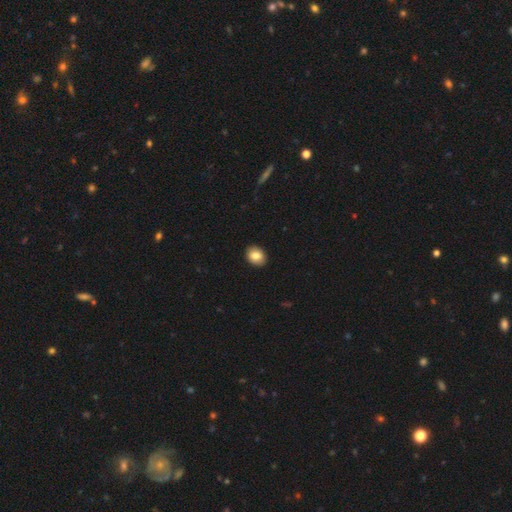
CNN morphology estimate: smooth 84%, featured or disk 8%, star or artifact 8%. Down the decision tree: how rounded — in between (57%); merging — none (91%).